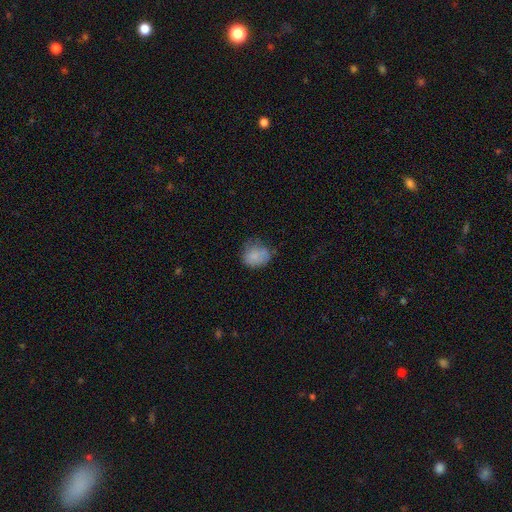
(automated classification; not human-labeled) smooth 80%, featured or disk 11%, star or artifact 9%. Down the decision tree: how rounded — round (61%); merging — none (52%).